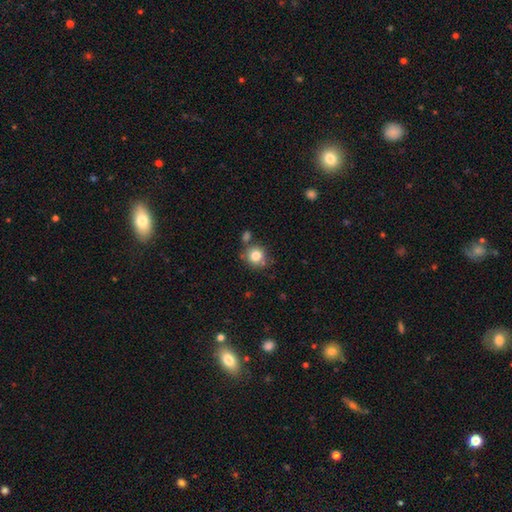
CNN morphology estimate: This appears to be a smooth galaxy with no disk features (81%) that is round (89%). Merging: none (72%).